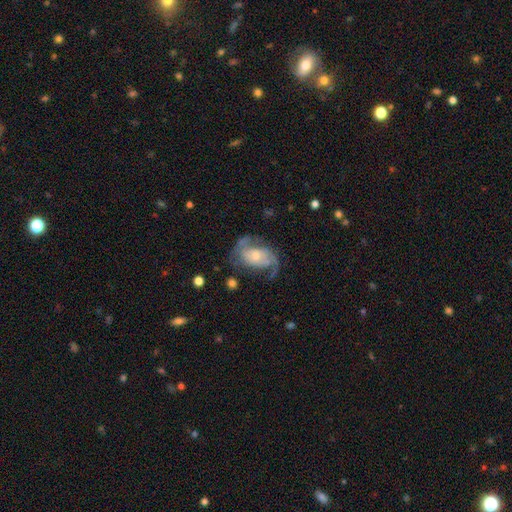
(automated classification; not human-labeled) A featured or disk galaxy (78%) with no bar (66%), 2 (72%) medium (43%) spiral arms (89%) and a small central bulge (52%).

Vote fractions:
- Smooth or featured? featured or disk: 78% / smooth: 15% / star or artifact: 7%
- Edge-on disk? no: 96% / yes: 4%
- Bar? no: 66% / weak: 26% / strong: 8%
- Spiral arms? yes: 89% / no: 11%
- Spiral winding? medium: 43% / loose: 35% / tight: 23%
- Spiral arm count? 2: 72% / can't tell: 12% / 1: 7% / 3: 5% / 4: 2% / more than 4: 2%
- Bulge size? small: 52% / moderate: 39% / large: 4% / none: 3% / dominant: 1%
- Merging? none: 56% / minor disturbance: 21% / major disturbance: 20% / merger: 3%